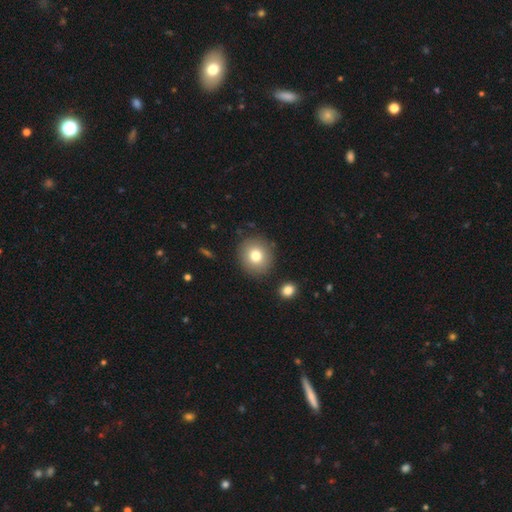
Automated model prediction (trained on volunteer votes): Q: Smooth or featured?
A: smooth (77%); runner-up: featured or disk (12%)
Q: How rounded?
A: round (87%); runner-up: in between (12%)
Q: Merging?
A: none (87%); runner-up: minor disturbance (7%)